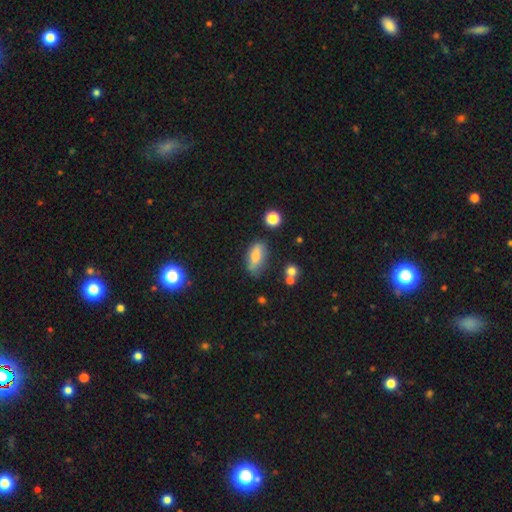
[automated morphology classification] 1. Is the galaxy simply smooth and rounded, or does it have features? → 70% smooth, 21% featured or disk, 9% star or artifact.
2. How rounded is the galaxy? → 74% in between, 22% cigar-shaped, 4% round.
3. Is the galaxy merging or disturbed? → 72% none, 20% minor disturbance, 5% major disturbance, 4% merger.